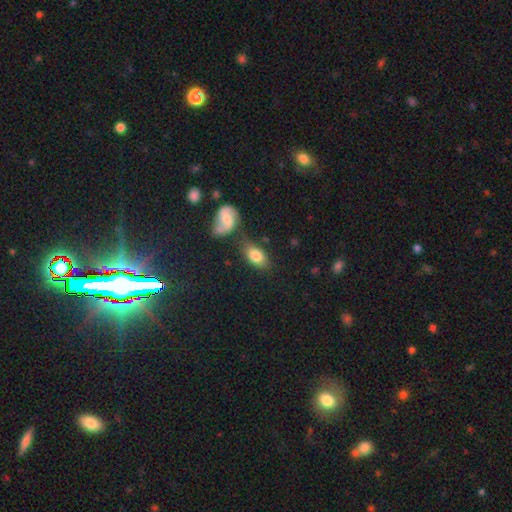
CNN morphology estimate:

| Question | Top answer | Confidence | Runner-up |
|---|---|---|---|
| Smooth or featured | smooth | 78% | featured or disk (14%) |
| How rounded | in between | 89% | round (9%) |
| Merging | none | 63% | minor disturbance (16%) |